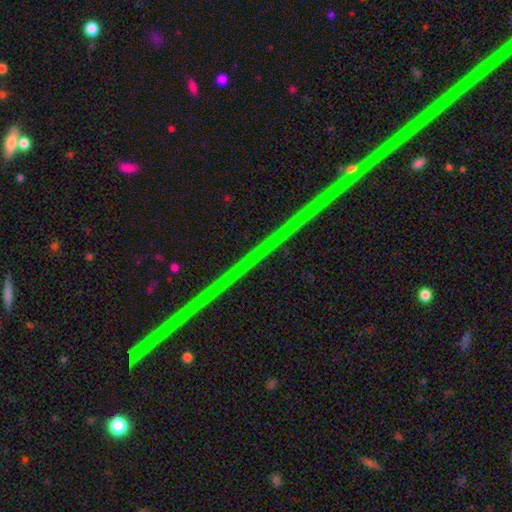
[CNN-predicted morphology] Smooth or featured? star or artifact (83%)